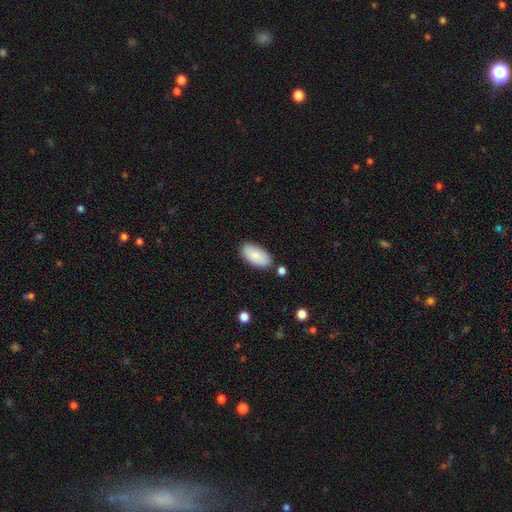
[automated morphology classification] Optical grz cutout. It shows a smooth galaxy with no disk features (87%) that is in between round and cigar-shaped (94%). Merging: none (82%).